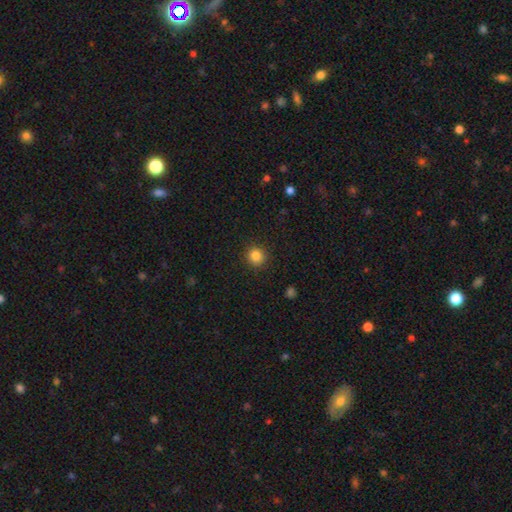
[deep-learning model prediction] Smooth or featured? Predicted: smooth (p=0.84). How rounded? Predicted: round (p=0.93). Merging? Predicted: none (p=0.91).